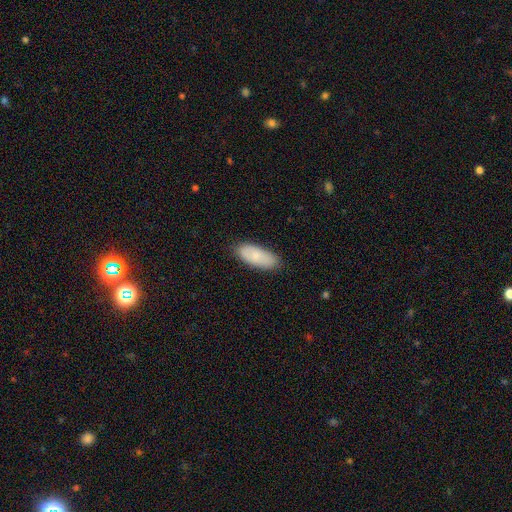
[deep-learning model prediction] Smooth or featured?
  - smooth: 80% *
  - featured or disk: 14%
  - star or artifact: 6%
How rounded?
  - in between: 85% *
  - cigar-shaped: 13%
  - round: 2%
Merging?
  - none: 83% *
  - minor disturbance: 13%
  - major disturbance: 2%
  - merger: 1%